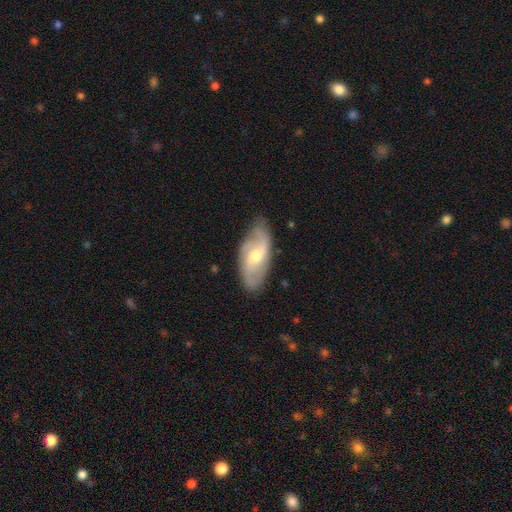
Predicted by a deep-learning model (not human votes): Smooth or featured? featured or disk (75%)
Edge-on disk? no (93%)
Bar? weak (48%)
Spiral arms? yes (92%)
Spiral winding? medium (42%)
Spiral arm count? 2 (69%)
Bulge size? moderate (55%)
Merging? none (77%)